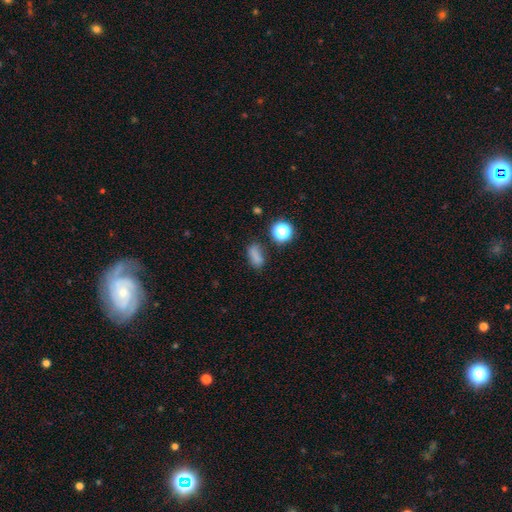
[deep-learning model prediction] This is likely a smooth galaxy (74%). How rounded: likely in between (72%). Merging: likely none (64%).